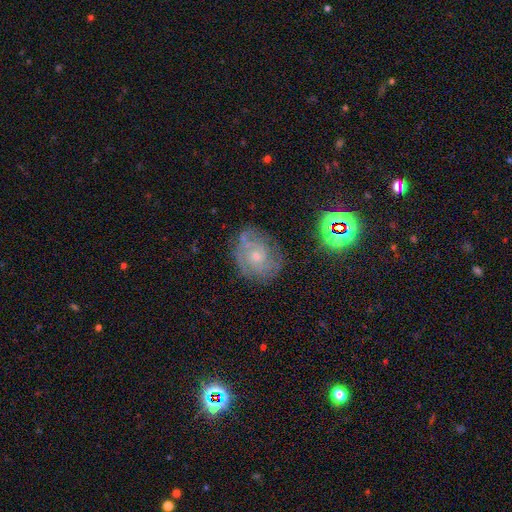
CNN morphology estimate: Smooth or featured? featured or disk (69%)
Edge-on disk? no (97%)
Bar? no (75%)
Spiral arms? yes (86%)
Spiral winding? tight (61%)
Spiral arm count? can't tell (42%)
Bulge size? small (65%)
Merging? none (70%)